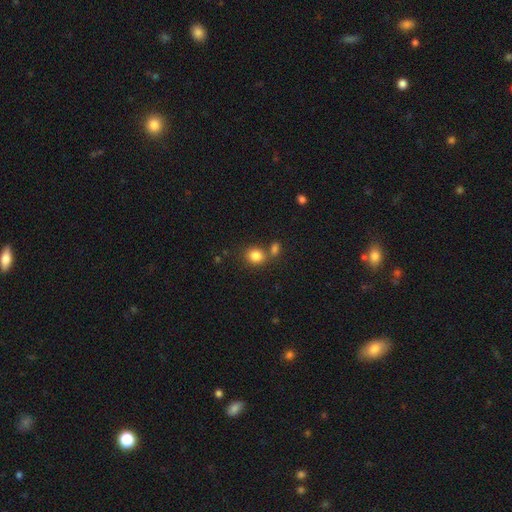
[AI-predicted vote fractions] Smooth or featured: smooth — 83% (star or artifact — 11%)
How rounded: round — 71% (in between — 28%)
Merging: none — 59% (merger — 27%)